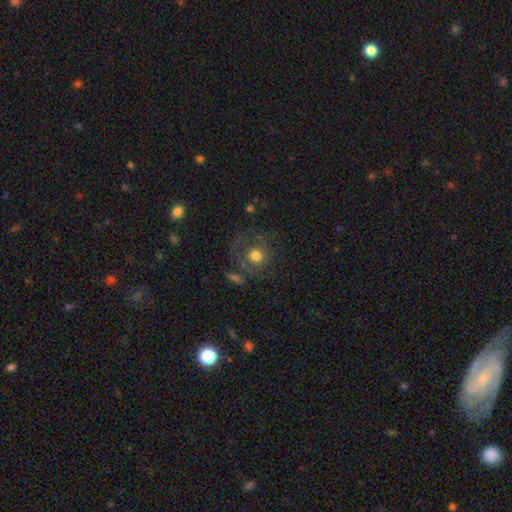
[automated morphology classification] The model was most divided on "smooth or featured": smooth: 54%, featured or disk: 34%, star or artifact: 12%. More confident: how rounded — round (89%); merging — none (62%).